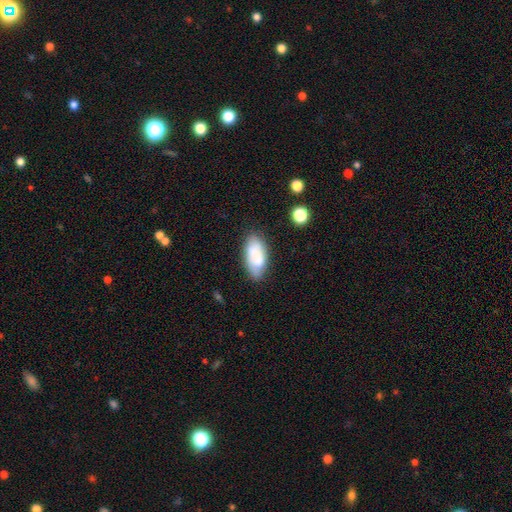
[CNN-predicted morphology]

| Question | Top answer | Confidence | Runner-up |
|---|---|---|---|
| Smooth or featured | smooth | 76% | featured or disk (16%) |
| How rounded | in between | 90% | cigar-shaped (7%) |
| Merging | none | 71% | minor disturbance (21%) |